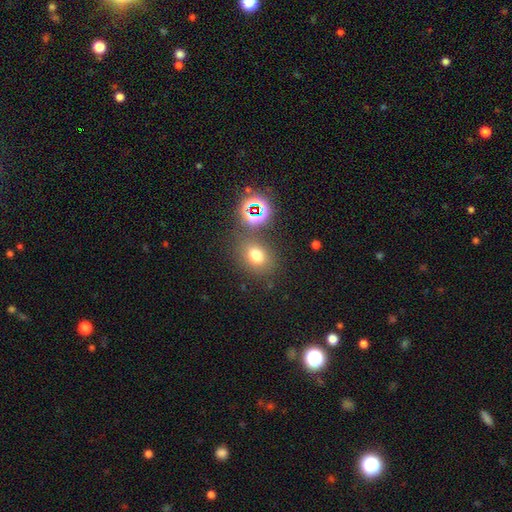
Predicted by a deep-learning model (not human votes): A smooth galaxy with no disk features (72%) that is in between round and cigar-shaped (50%). Merging: none (70%).